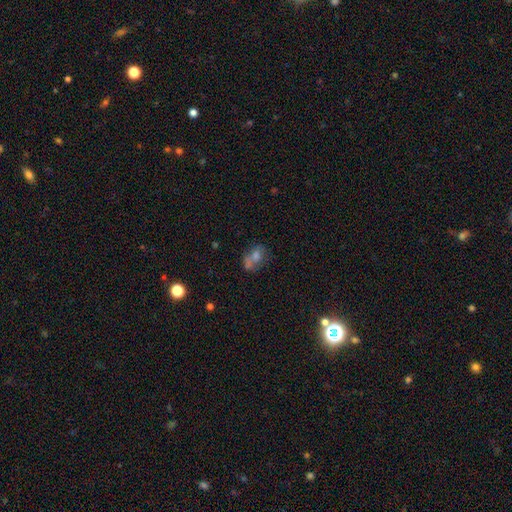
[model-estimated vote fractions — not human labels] This appears to be a smooth galaxy with no disk features (53%) that is in between round and cigar-shaped (66%). Merging: none (37%).